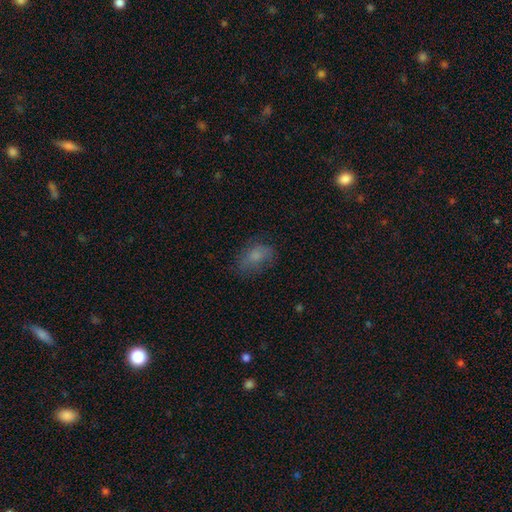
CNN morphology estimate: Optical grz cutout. It shows a smooth galaxy with no disk features (69%) that is in between round and cigar-shaped (82%). Merging: none (59%).